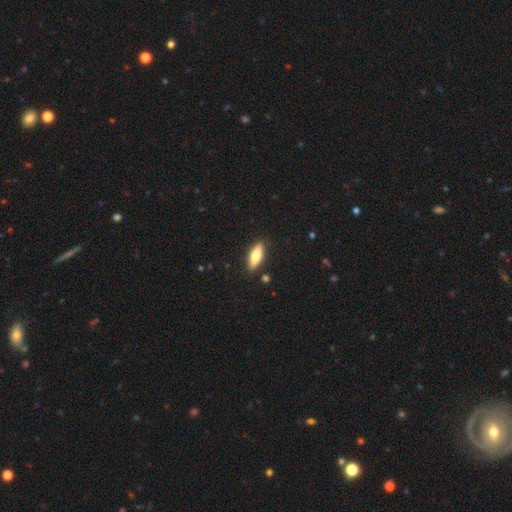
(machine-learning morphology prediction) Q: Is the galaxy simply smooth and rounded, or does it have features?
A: smooth — 66%.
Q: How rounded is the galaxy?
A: in between — 58%.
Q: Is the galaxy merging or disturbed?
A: none — 88%.